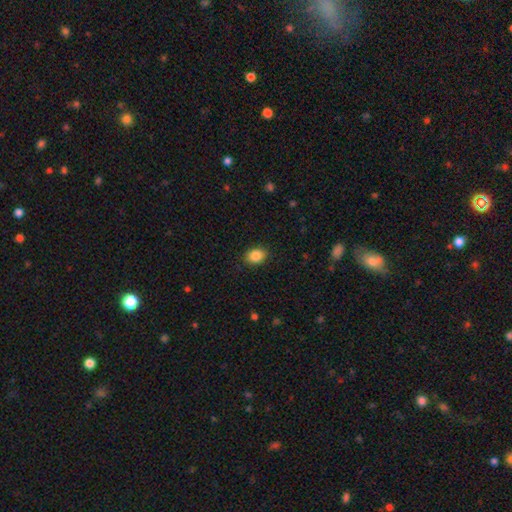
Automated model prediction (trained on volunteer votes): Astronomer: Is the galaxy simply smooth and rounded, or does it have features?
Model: smooth — 87%.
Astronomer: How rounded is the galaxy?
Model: in between — 65%.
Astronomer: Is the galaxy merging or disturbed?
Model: none — 88%.